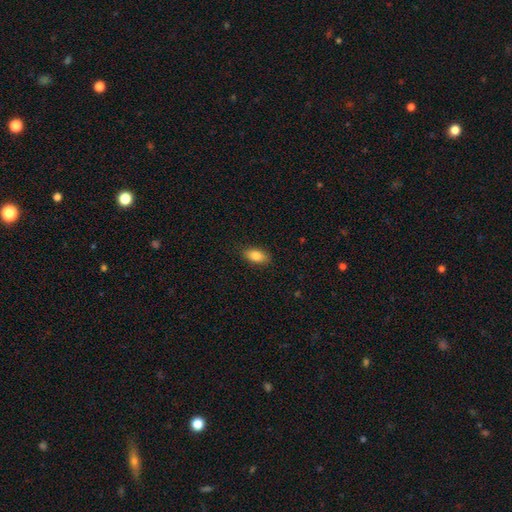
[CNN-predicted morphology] smooth 85%, featured or disk 8%, star or artifact 7%. Down the decision tree: how rounded — in between (89%); merging — none (86%).